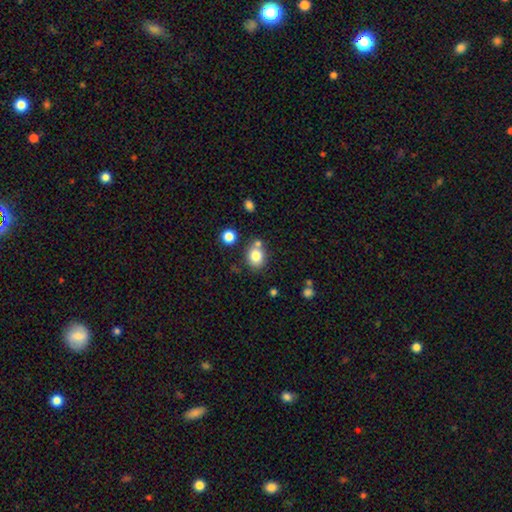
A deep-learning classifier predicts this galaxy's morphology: Smooth or featured: smooth — 80% (star or artifact — 11%)
How rounded: round — 62% (in between — 38%)
Merging: none — 66% (merger — 18%)